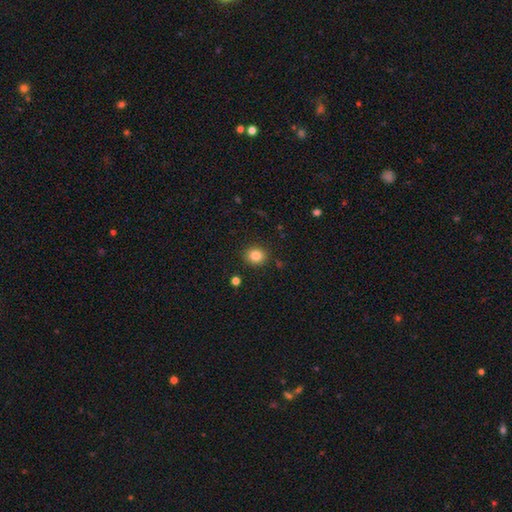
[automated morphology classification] Smooth or featured?
  - smooth: 83% *
  - star or artifact: 11%
  - featured or disk: 6%
How rounded?
  - round: 81% *
  - in between: 18%
  - cigar-shaped: 1%
Merging?
  - none: 89% *
  - minor disturbance: 7%
  - major disturbance: 2%
  - merger: 2%